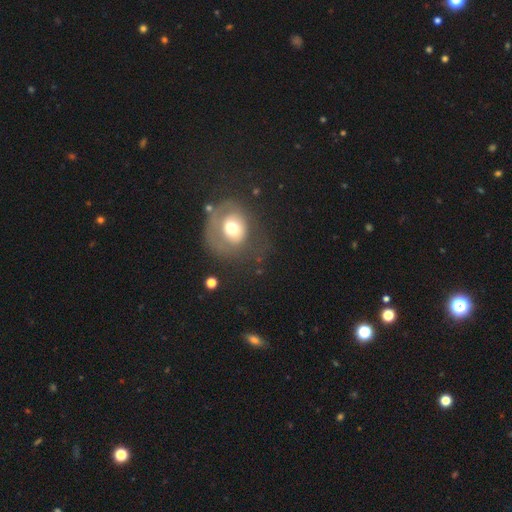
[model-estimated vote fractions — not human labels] featured or disk 44%, smooth 36%, star or artifact 20%. Down the decision tree: merging — none (64%).